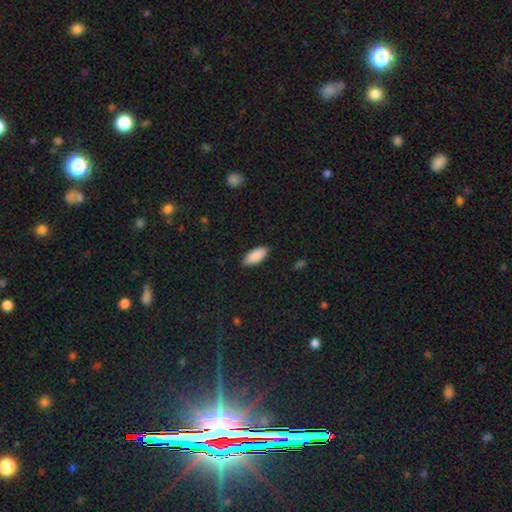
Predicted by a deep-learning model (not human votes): Morphology: type=smooth (90%); roundness=in between (86%); merging=none (88%).